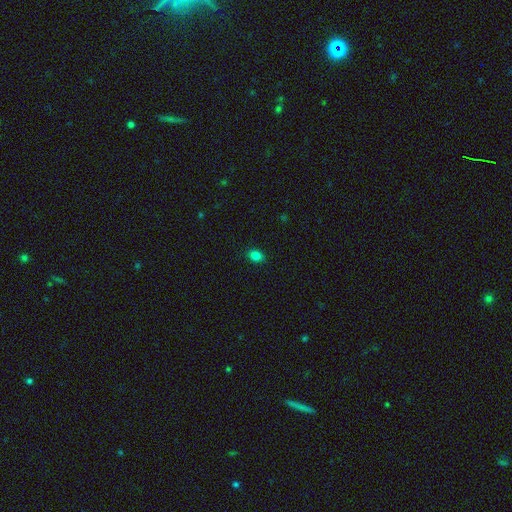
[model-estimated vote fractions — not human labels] smooth 83%, star or artifact 13%, featured or disk 4%. Down the decision tree: how rounded — in between (68%); merging — none (89%).